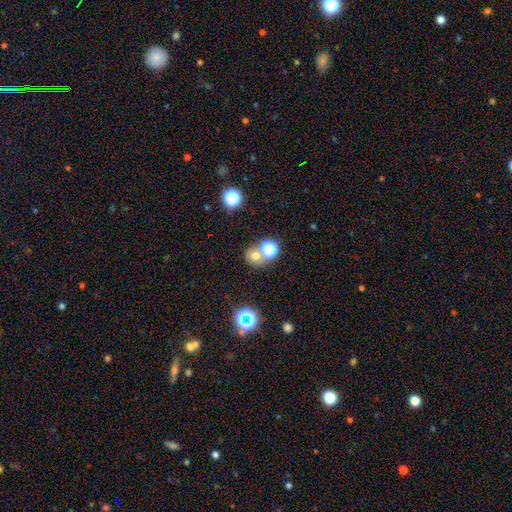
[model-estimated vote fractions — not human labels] The model was most divided on "merging": none: 54%, merger: 34%, minor disturbance: 8%, major disturbance: 4%. More confident: how rounded — round (79%); smooth or featured — smooth (64%).